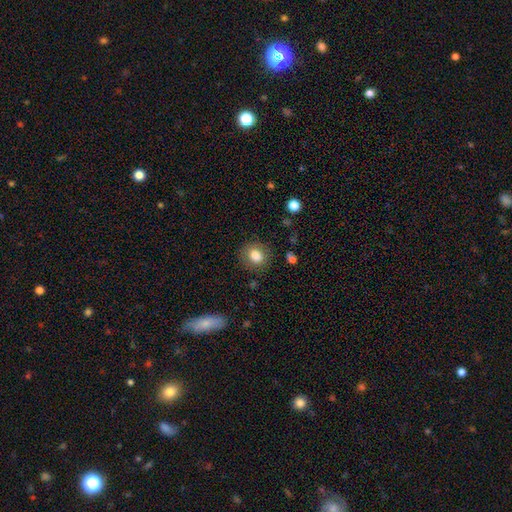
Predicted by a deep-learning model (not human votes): This is clearly a smooth galaxy (82%). How rounded: likely round (66%). Merging: clearly none (82%).